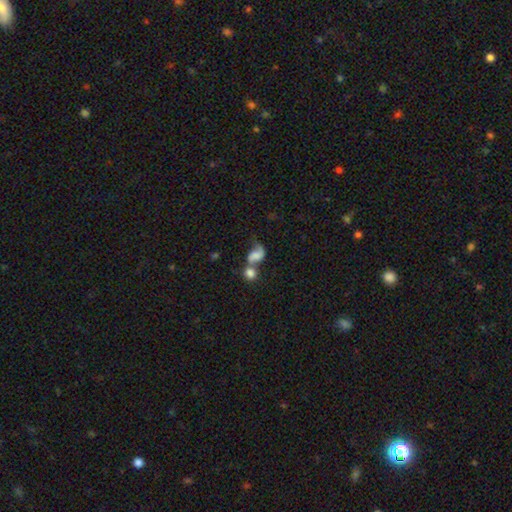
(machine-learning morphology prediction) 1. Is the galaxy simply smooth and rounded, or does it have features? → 55% smooth, 34% featured or disk, 11% star or artifact.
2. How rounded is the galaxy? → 63% in between, 34% round, 3% cigar-shaped.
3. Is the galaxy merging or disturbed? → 61% merger, 18% none, 11% major disturbance, 9% minor disturbance.